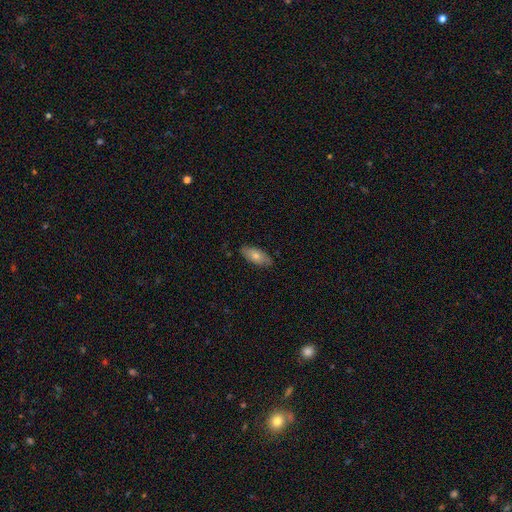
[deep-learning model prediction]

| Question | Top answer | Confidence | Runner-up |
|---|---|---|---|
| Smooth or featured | smooth | 61% | featured or disk (31%) |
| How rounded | in between | 84% | cigar-shaped (13%) |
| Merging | none | 84% | minor disturbance (13%) |